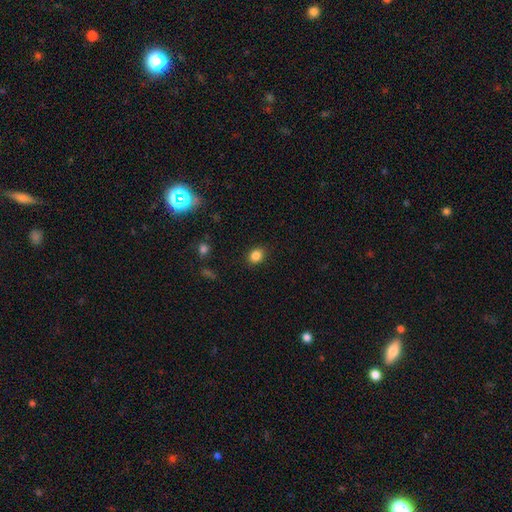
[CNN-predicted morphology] type=smooth (85%); roundness=round (54%); merging=none (88%).